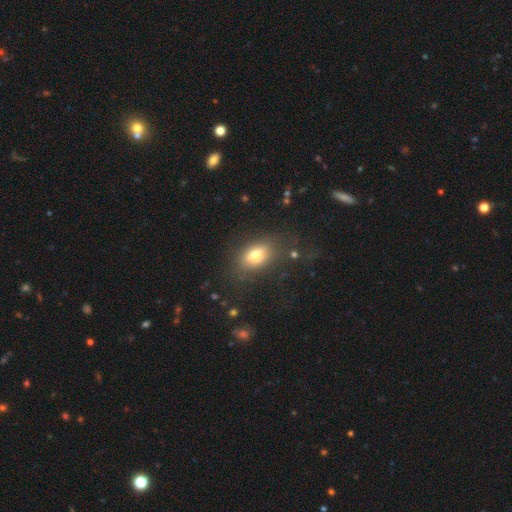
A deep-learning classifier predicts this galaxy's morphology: smooth_or_featured: smooth (p=0.72) [alt: featured or disk p=0.16]
how_rounded: in between (p=0.78) [alt: round p=0.18]
merging: none (p=0.67) [alt: minor disturbance p=0.18]